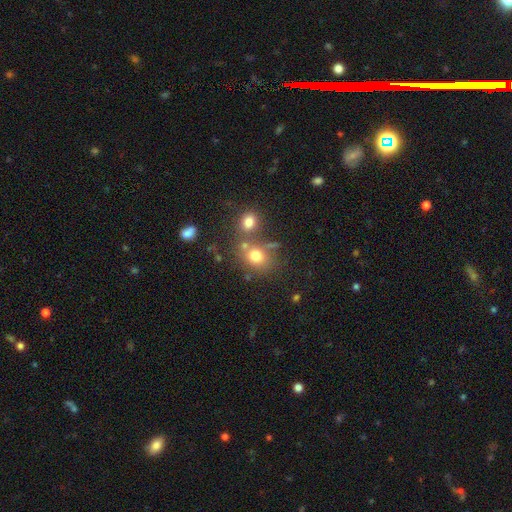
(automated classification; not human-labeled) Smooth or featured? Predicted: smooth (p=0.74). How rounded? Predicted: round (p=0.60). Merging? Predicted: none (p=0.54).